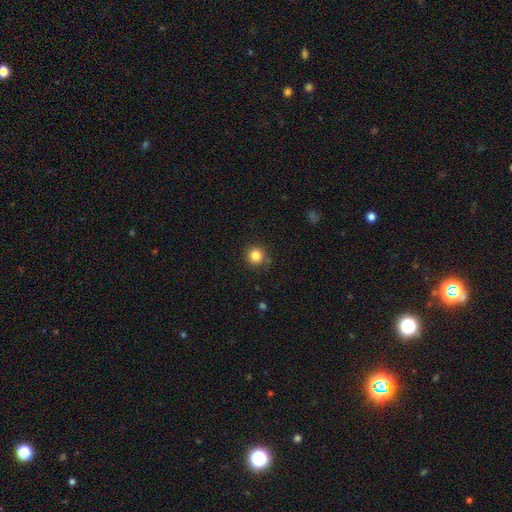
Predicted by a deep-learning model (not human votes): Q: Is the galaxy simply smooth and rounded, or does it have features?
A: smooth — 84%.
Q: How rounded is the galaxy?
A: round — 95%.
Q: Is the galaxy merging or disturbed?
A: none — 88%.